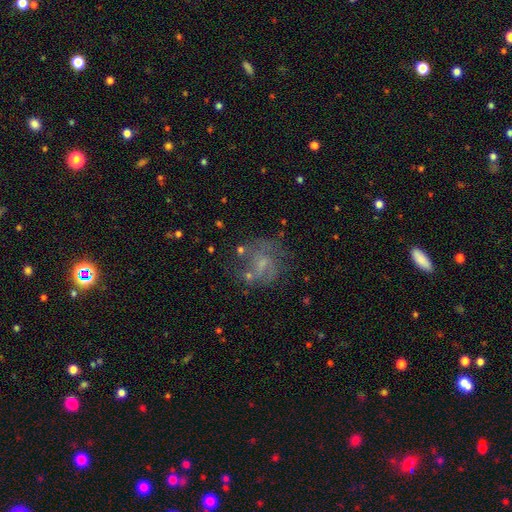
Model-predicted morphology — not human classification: Smooth or featured? Predicted: featured or disk (p=0.49). Merging? Predicted: none (p=0.58).